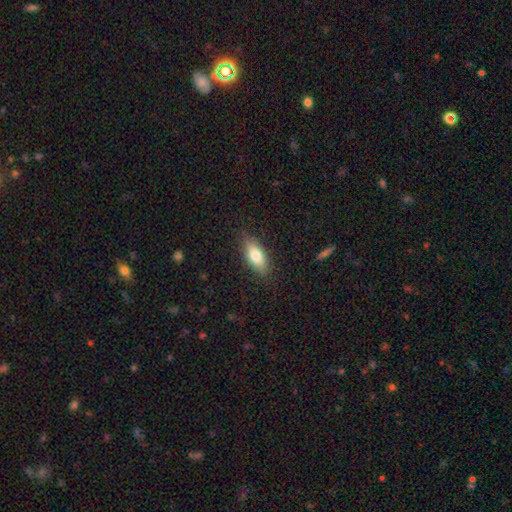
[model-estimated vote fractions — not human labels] smooth_or_featured: smooth (p=0.76) [alt: featured or disk p=0.17]
how_rounded: in between (p=0.77) [alt: cigar-shaped p=0.20]
merging: none (p=0.85) [alt: minor disturbance p=0.11]